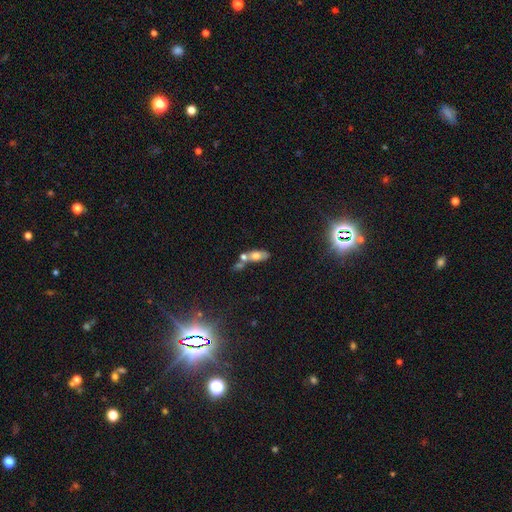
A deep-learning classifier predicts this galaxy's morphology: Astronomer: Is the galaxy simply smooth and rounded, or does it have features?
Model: smooth — 64%.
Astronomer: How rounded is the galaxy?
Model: in between — 76%.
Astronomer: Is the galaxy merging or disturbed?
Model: merger — 49% (runner-up: none, 31%).